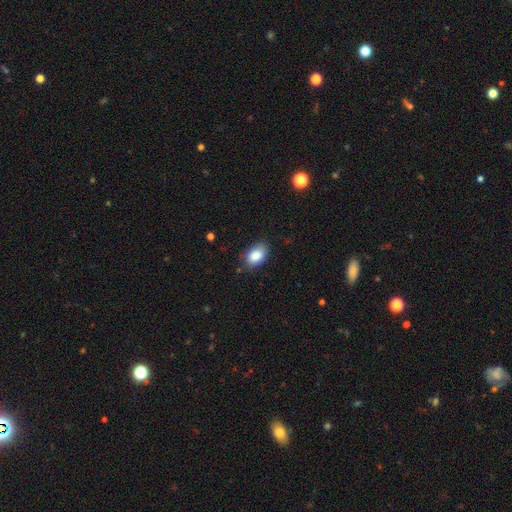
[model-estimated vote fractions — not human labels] This appears to be a smooth galaxy with no disk features (86%) that is in between round and cigar-shaped (91%). Merging: none (80%).